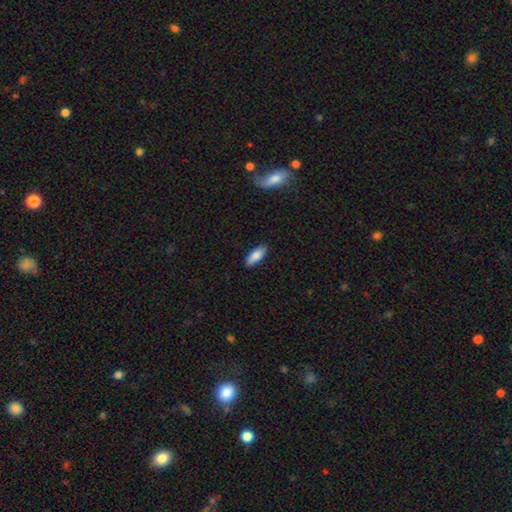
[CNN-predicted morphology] type=smooth (85%); roundness=in between (70%); merging=none (87%).